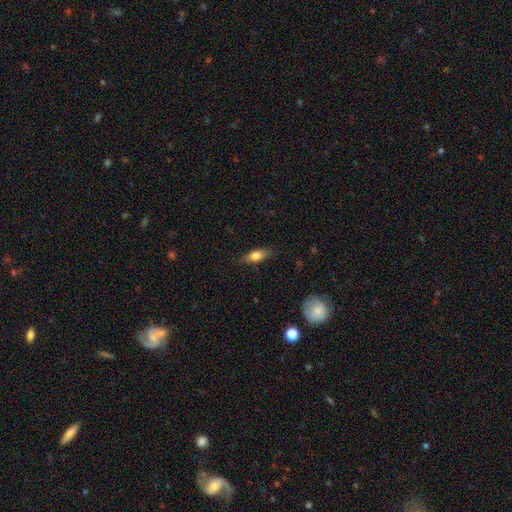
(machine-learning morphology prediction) A smooth galaxy with no disk features (69%) that is in between round and cigar-shaped (68%). Merging: none (81%).